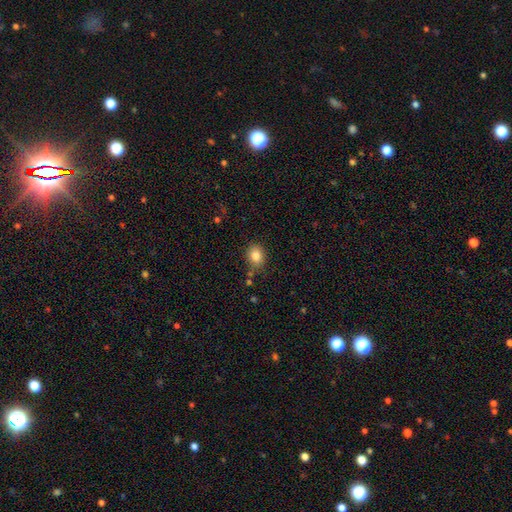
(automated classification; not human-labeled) Overall: smooth (84%). How rounded: in between (50%; round 49%). Merging: none (79%).